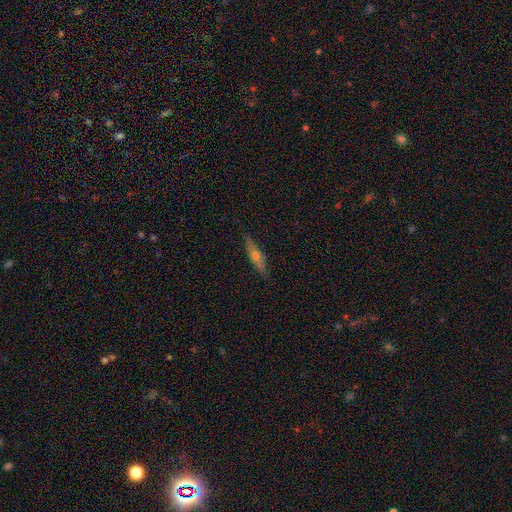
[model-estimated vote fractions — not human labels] smooth_or_featured: featured or disk (p=0.53) [alt: smooth p=0.41]
disk_edge_on: yes (p=0.86) [alt: no p=0.14]
merging: none (p=0.86) [alt: minor disturbance p=0.11]